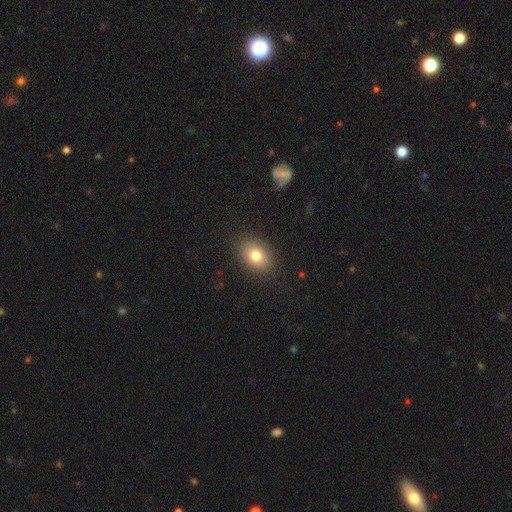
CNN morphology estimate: This is likely a smooth galaxy (79%). How rounded: likely in between (72%). Merging: clearly none (87%).